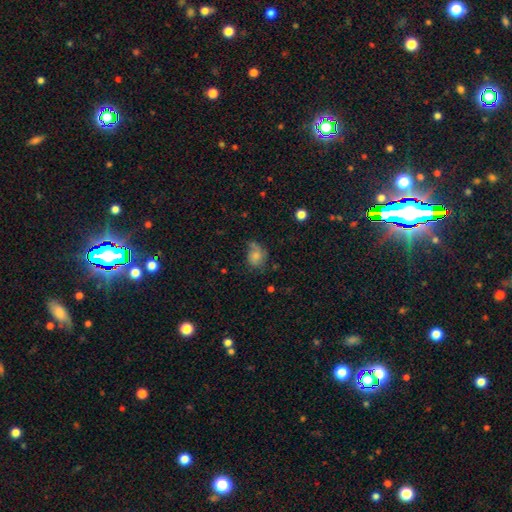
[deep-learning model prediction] Q: Smooth or featured?
A: smooth (71%); runner-up: featured or disk (18%)
Q: How rounded?
A: in between (53%); runner-up: round (46%)
Q: Merging?
A: none (43%); runner-up: minor disturbance (33%)